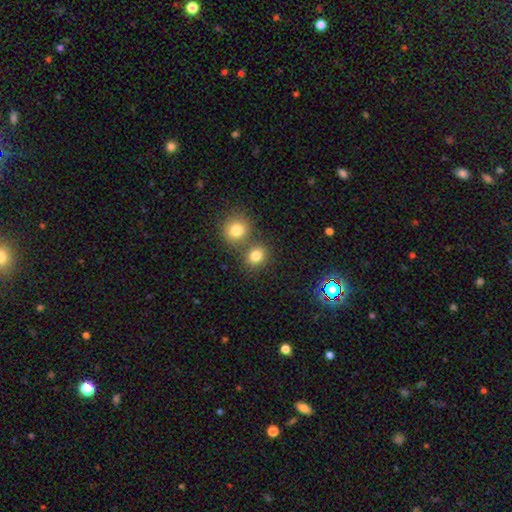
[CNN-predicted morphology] A smooth galaxy with no disk features (80%) that is round (74%). Merging: none (63%).